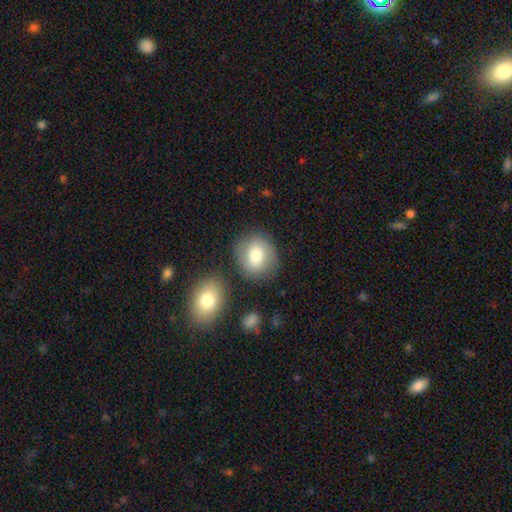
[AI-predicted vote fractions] The model was most divided on "how rounded": round: 71%, in between: 28%, cigar-shaped: 1%. More confident: merging — none (78%); smooth or featured — smooth (70%).